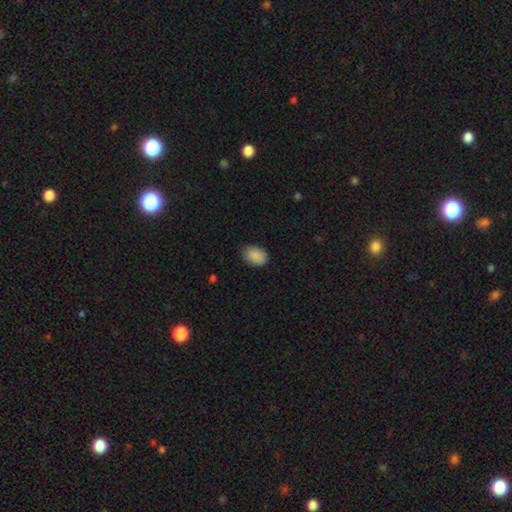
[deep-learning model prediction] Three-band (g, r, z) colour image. It shows a smooth galaxy with no disk features (89%) that is in between round and cigar-shaped (74%). Merging: none (82%).